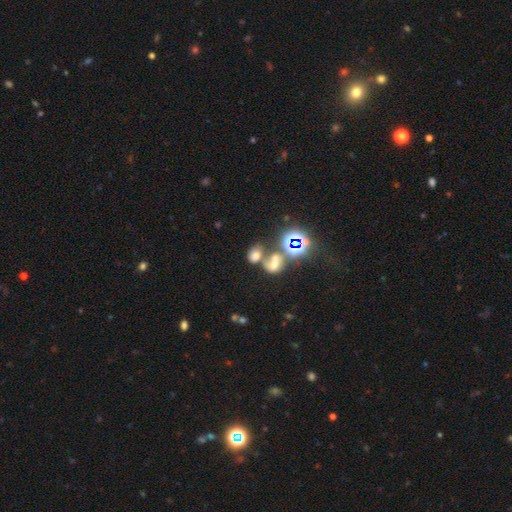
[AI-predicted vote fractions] Morphology: type=smooth (57%); roundness=in between (67%); merging=merger (48%).